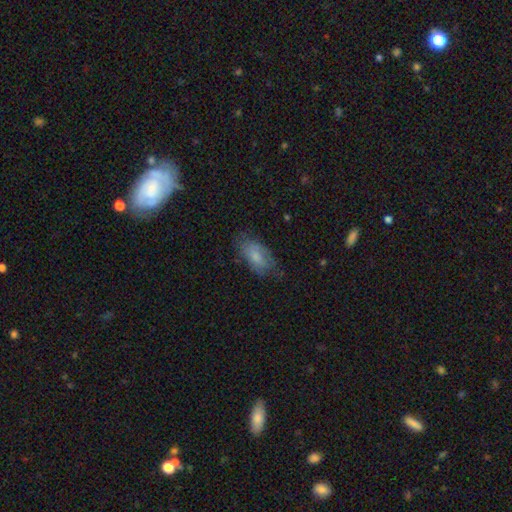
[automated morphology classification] Smooth or featured?
  - smooth: 69% *
  - featured or disk: 23%
  - star or artifact: 8%
How rounded?
  - in between: 89% *
  - cigar-shaped: 8%
  - round: 3%
Merging?
  - none: 65% *
  - minor disturbance: 24%
  - major disturbance: 9%
  - merger: 2%